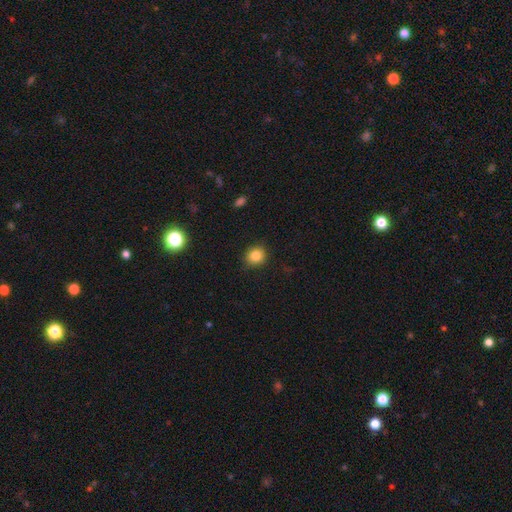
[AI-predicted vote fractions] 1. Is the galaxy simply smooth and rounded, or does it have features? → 83% smooth, 11% star or artifact, 6% featured or disk.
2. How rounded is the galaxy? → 80% round, 19% in between, 1% cigar-shaped.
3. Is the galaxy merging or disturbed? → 88% none, 9% minor disturbance, 2% major disturbance, 1% merger.